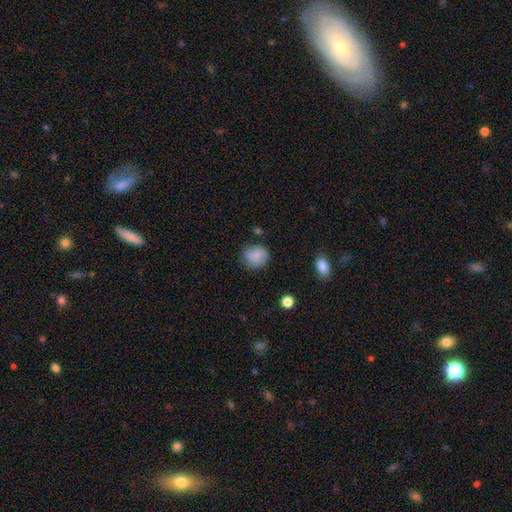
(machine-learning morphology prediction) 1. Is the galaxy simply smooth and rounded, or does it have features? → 79% smooth, 13% featured or disk, 8% star or artifact.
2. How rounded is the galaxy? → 77% round, 22% in between, 1% cigar-shaped.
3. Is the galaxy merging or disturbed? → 71% none, 21% minor disturbance, 6% major disturbance, 2% merger.